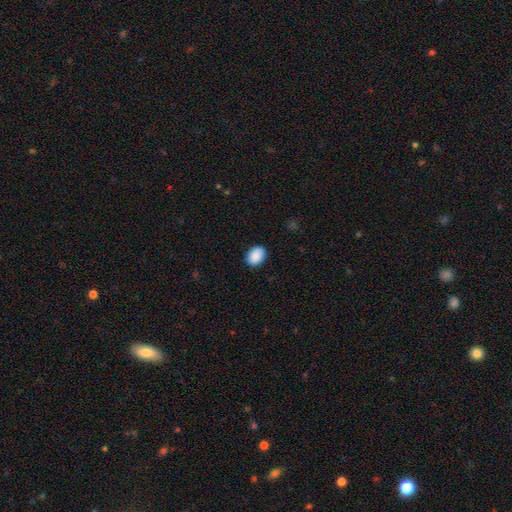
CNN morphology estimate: Smooth or featured: smooth — 89% (star or artifact — 7%)
How rounded: in between — 73% (round — 26%)
Merging: none — 87% (minor disturbance — 10%)